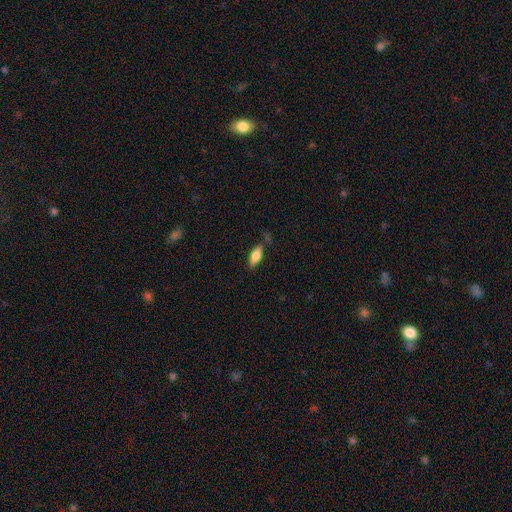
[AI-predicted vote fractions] smooth 71%, featured or disk 22%, star or artifact 7%. Down the decision tree: how rounded — in between (73%); merging — none (74%).